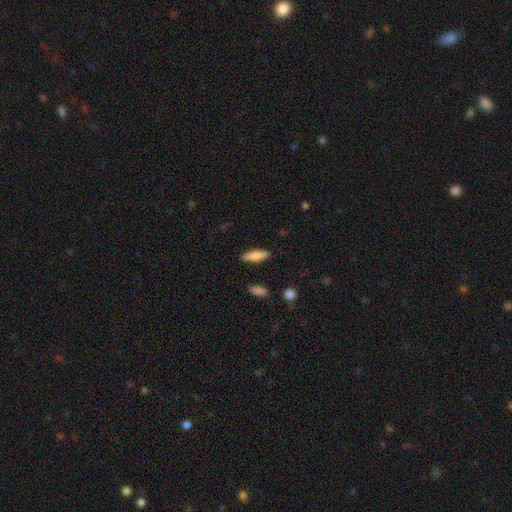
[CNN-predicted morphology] Smooth or featured: smooth — 79% (featured or disk — 15%)
How rounded: cigar-shaped — 66% (in between — 32%)
Merging: none — 88% (minor disturbance — 8%)